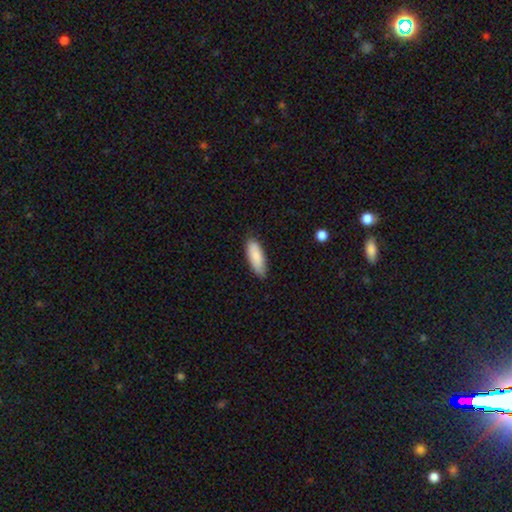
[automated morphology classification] smooth_or_featured: smooth (p=0.86) [alt: featured or disk p=0.08]
how_rounded: in between (p=0.69) [alt: cigar-shaped p=0.29]
merging: none (p=0.81) [alt: minor disturbance p=0.16]